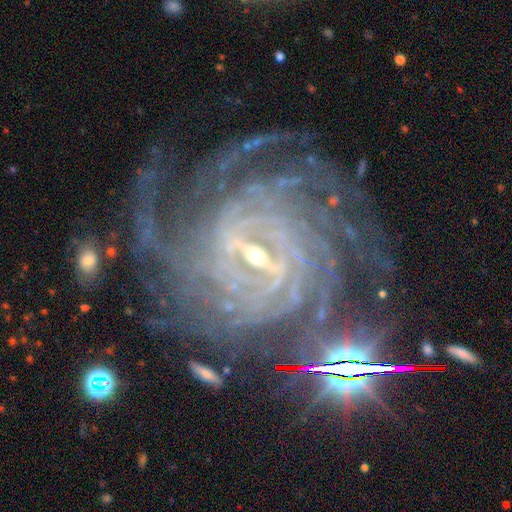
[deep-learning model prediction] This is clearly a featured or disk galaxy (88%). It is clearly not viewed edge-on (97%). Bar: marginally weak (44%). Spiral arm pattern: clearly yes (98%). Spiral arm count: marginally more than 4 (34%). Spiral winding: likely tight (74%). Central bulge: likely small (75%). Merging: likely none (67%).